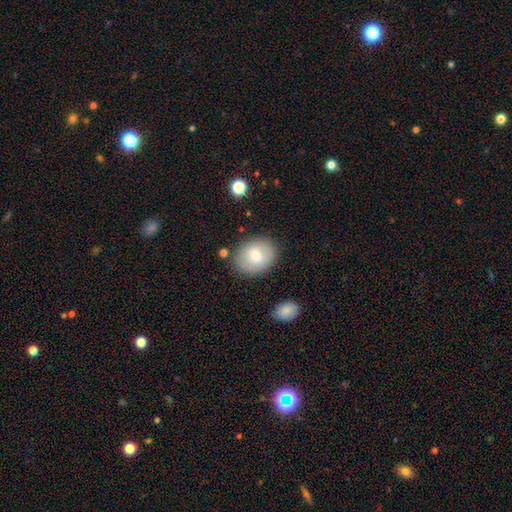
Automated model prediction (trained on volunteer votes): smooth_or_featured: smooth (p=0.73) [alt: featured or disk p=0.20]
how_rounded: in between (p=0.55) [alt: round p=0.44]
merging: none (p=0.82) [alt: minor disturbance p=0.12]